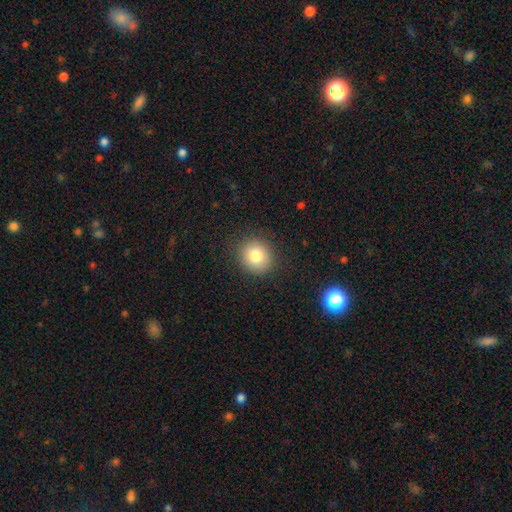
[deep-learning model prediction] Smooth or featured: smooth — 81% (star or artifact — 11%)
How rounded: round — 83% (in between — 16%)
Merging: none — 88% (minor disturbance — 8%)